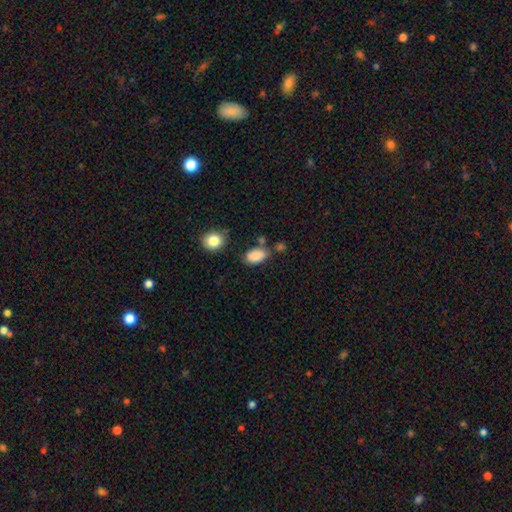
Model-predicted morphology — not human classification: smooth 87%, star or artifact 8%, featured or disk 5%. Down the decision tree: how rounded — in between (89%); merging — none (67%).